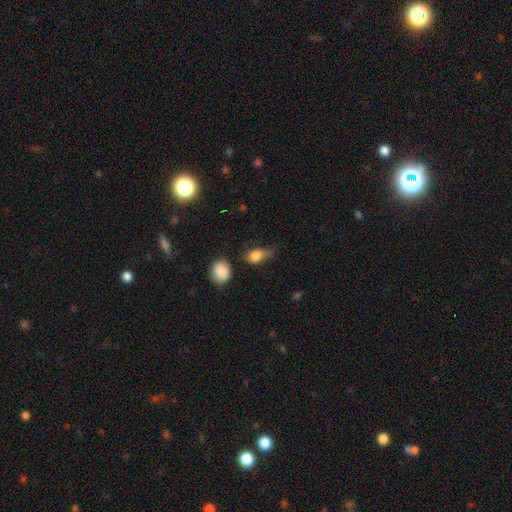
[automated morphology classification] This appears to be a smooth galaxy with no disk features (80%) that is in between round and cigar-shaped (68%). Merging: minor disturbance (42%).